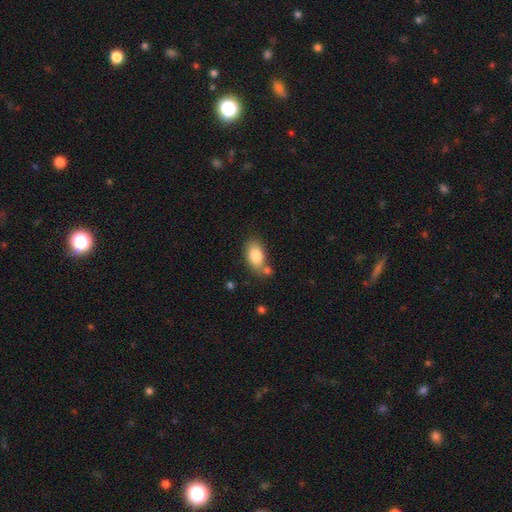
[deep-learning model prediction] Morphology: type=smooth (84%); roundness=in between (91%); merging=none (67%).